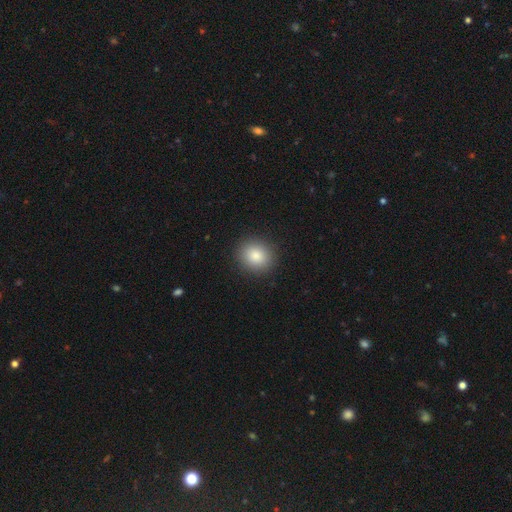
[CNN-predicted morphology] A smooth galaxy with no disk features (86%) that is round (81%).

Vote fractions:
- Smooth or featured? smooth: 86% / star or artifact: 9% / featured or disk: 5%
- How rounded? round: 81% / in between: 18% / cigar-shaped: 1%
- Merging? none: 91% / minor disturbance: 6% / major disturbance: 2% / merger: 1%